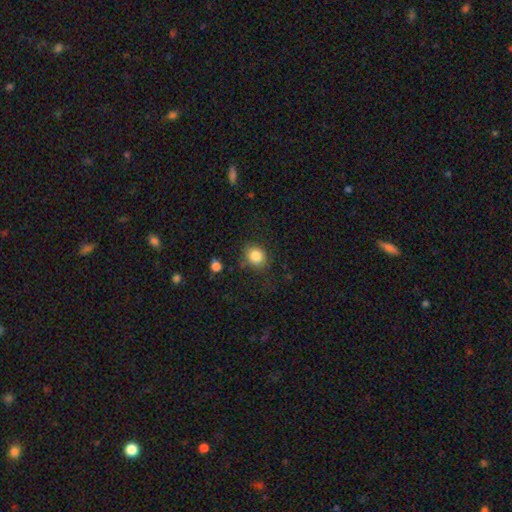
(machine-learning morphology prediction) smooth 84%, star or artifact 10%, featured or disk 6%. Down the decision tree: how rounded — round (66%); merging — none (78%).